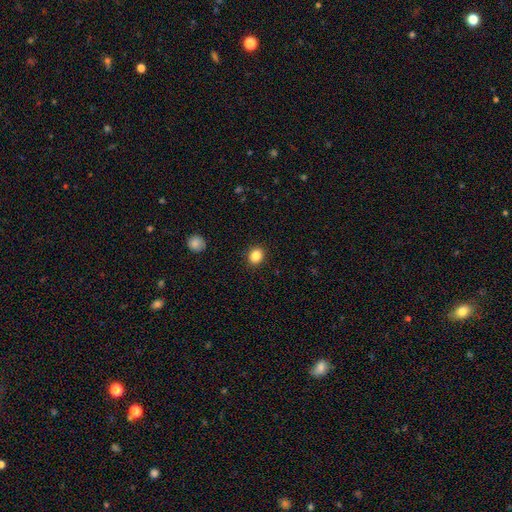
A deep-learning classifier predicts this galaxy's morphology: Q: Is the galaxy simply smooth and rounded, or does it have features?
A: smooth — 87%.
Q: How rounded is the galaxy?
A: round — 62%.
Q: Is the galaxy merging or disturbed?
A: none — 90%.